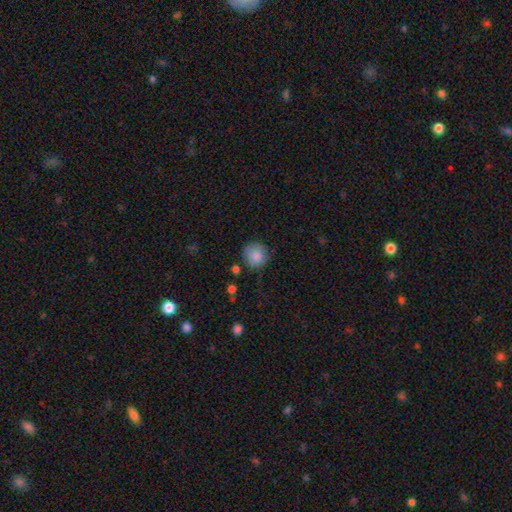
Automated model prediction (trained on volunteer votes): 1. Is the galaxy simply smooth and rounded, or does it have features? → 86% smooth, 8% star or artifact, 6% featured or disk.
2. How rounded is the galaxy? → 91% round, 8% in between, 1% cigar-shaped.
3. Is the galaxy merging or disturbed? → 77% none, 17% minor disturbance, 4% major disturbance, 3% merger.